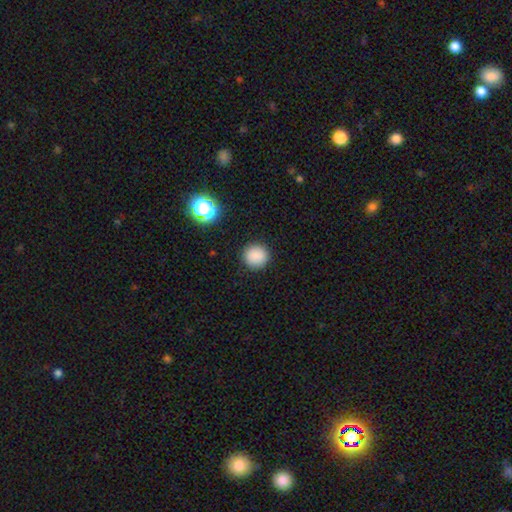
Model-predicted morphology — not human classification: Q: Smooth or featured?
A: smooth (86%); runner-up: star or artifact (11%)
Q: How rounded?
A: round (93%); runner-up: in between (6%)
Q: Merging?
A: none (92%); runner-up: minor disturbance (5%)